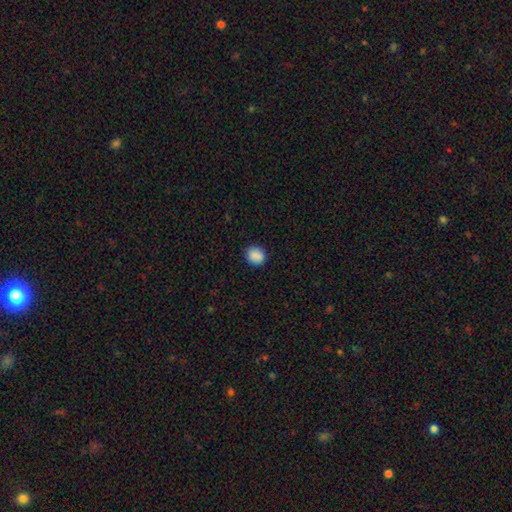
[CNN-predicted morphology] Q: Smooth or featured?
A: smooth (89%); runner-up: star or artifact (8%)
Q: How rounded?
A: round (70%); runner-up: in between (29%)
Q: Merging?
A: none (89%); runner-up: minor disturbance (8%)